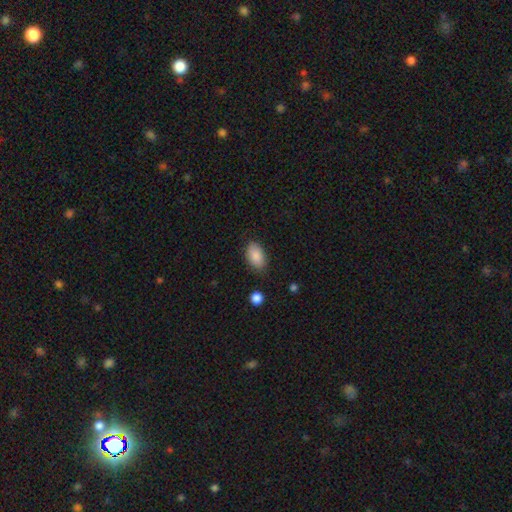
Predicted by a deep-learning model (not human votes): Smooth or featured? smooth (87%)
How rounded? in between (92%)
Merging? none (82%)